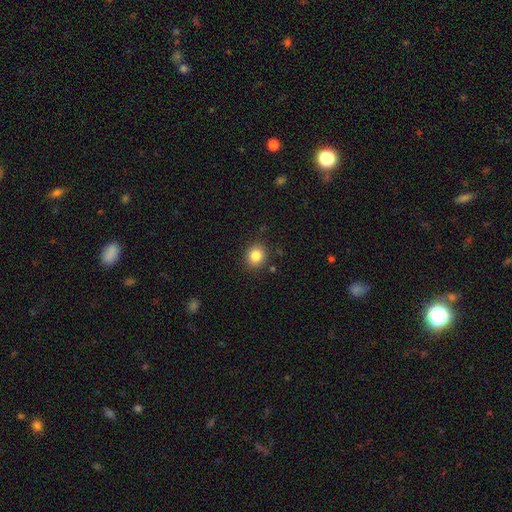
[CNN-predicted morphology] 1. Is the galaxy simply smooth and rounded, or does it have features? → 84% smooth, 10% star or artifact, 6% featured or disk.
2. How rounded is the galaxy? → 77% round, 22% in between, 1% cigar-shaped.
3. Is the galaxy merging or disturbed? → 87% none, 8% minor disturbance, 3% major disturbance, 2% merger.